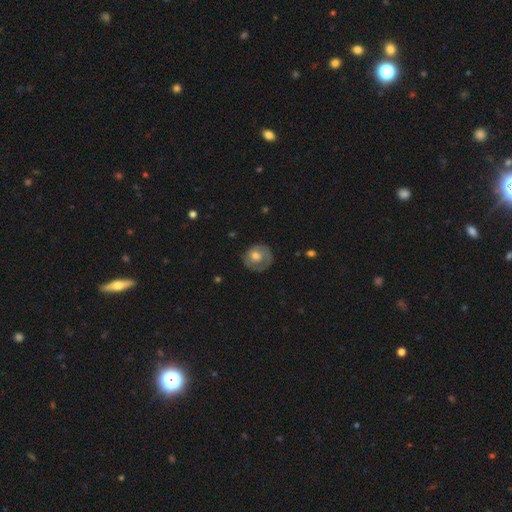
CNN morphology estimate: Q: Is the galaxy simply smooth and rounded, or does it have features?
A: smooth — 50%.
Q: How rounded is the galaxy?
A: round — 83%.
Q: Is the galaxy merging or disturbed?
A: none — 67%.